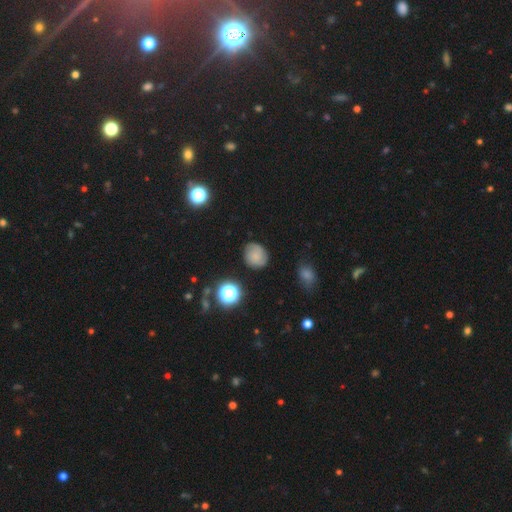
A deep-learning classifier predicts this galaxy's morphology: Smooth or featured? Predicted: smooth (p=0.68). How rounded? Predicted: round (p=0.75). Merging? Predicted: none (p=0.78).